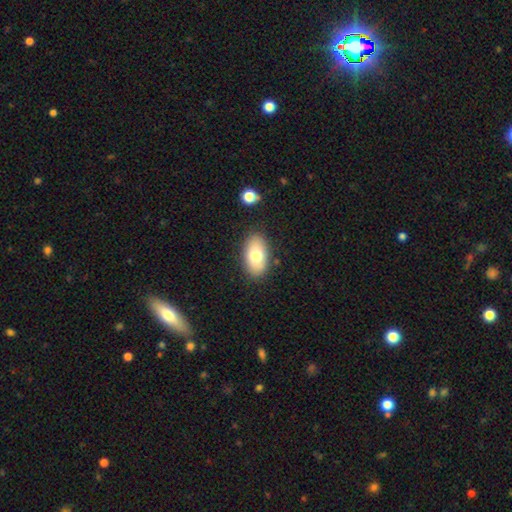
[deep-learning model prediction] Q: Smooth or featured?
A: smooth (74%); runner-up: featured or disk (18%)
Q: How rounded?
A: in between (92%); runner-up: round (6%)
Q: Merging?
A: none (84%); runner-up: minor disturbance (11%)